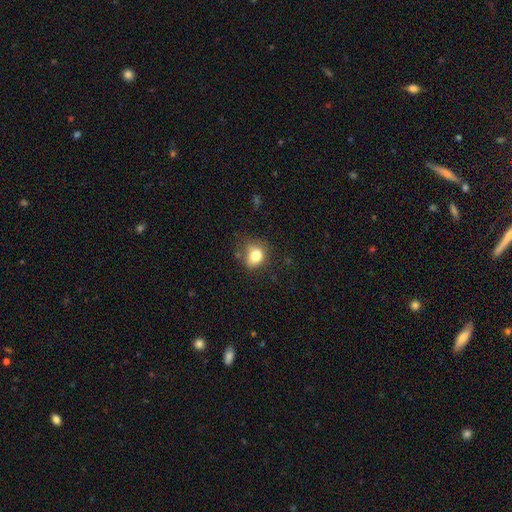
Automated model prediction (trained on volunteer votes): Overall: smooth (80%). How rounded: round (57%; in between 42%). Merging: none (64%; minor disturbance 24%).